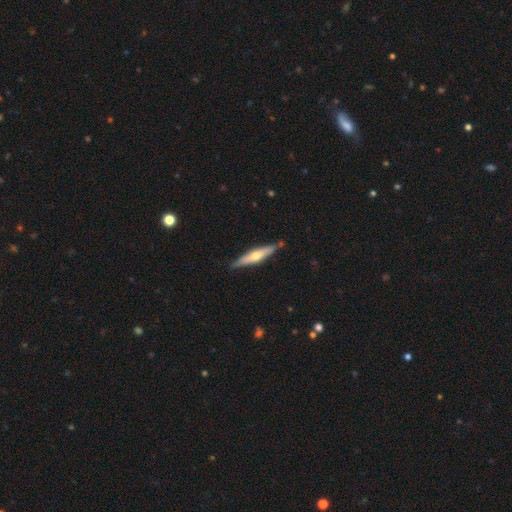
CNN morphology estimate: A featured or disk galaxy (54%) viewed edge-on (92%).

Vote fractions:
- Smooth or featured? featured or disk: 54% / smooth: 41% / star or artifact: 5%
- Edge-on disk? yes: 92% / no: 8%
- Merging? none: 84% / minor disturbance: 11% / merger: 3% / major disturbance: 2%